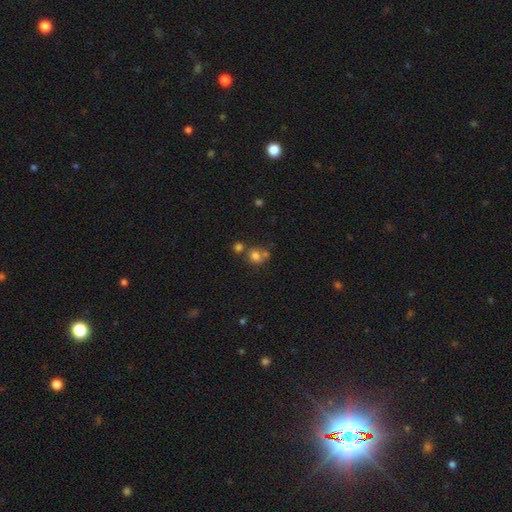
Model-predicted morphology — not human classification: type=smooth (75%); roundness=round (76%); merging=none (48%).